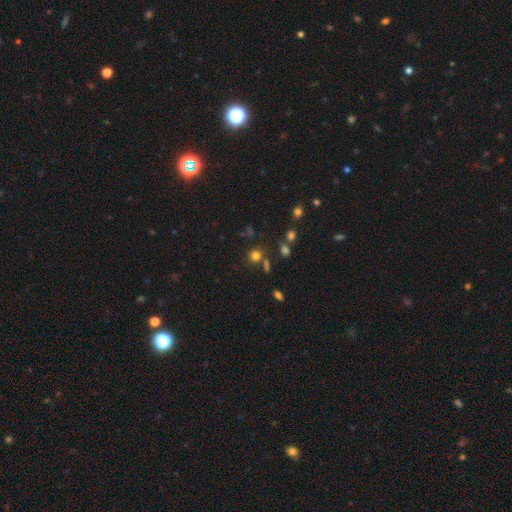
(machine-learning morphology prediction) This is likely a smooth galaxy (73%). How rounded: clearly round (82%). Merging: likely none (73%).